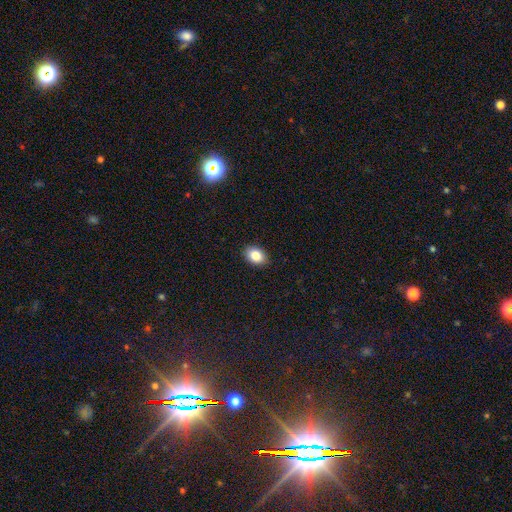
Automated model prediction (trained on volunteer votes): Smooth or featured? Predicted: smooth (p=0.85). How rounded? Predicted: in between (p=0.79). Merging? Predicted: none (p=0.90).